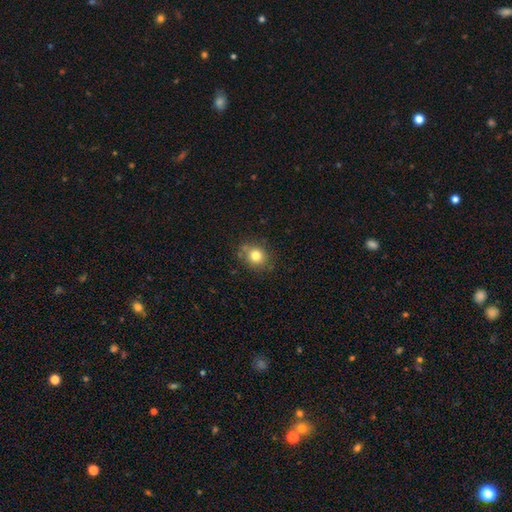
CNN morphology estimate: Smooth or featured: smooth — 79% (star or artifact — 12%)
How rounded: round — 75% (in between — 24%)
Merging: none — 77% (minor disturbance — 14%)